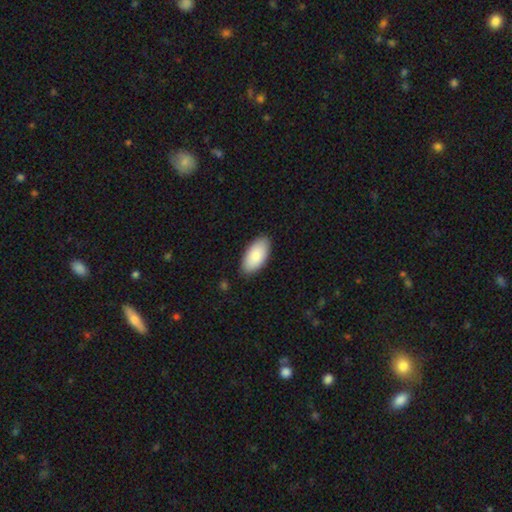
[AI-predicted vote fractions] The model was most divided on "smooth or featured": smooth: 86%, featured or disk: 8%, star or artifact: 5%. More confident: how rounded — in between (95%); merging — none (88%).